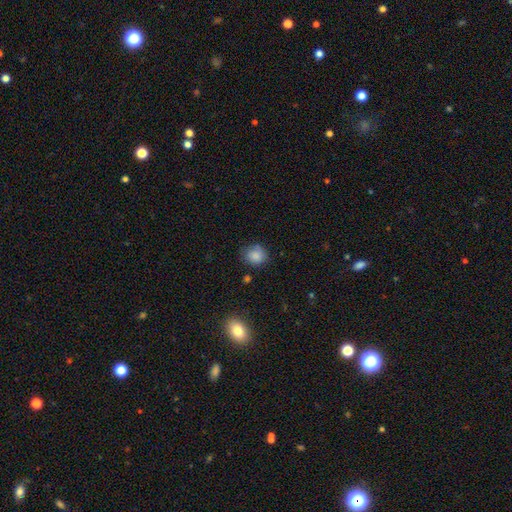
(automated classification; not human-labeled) Smooth or featured? Predicted: smooth (p=0.85). How rounded? Predicted: round (p=0.77). Merging? Predicted: none (p=0.72).